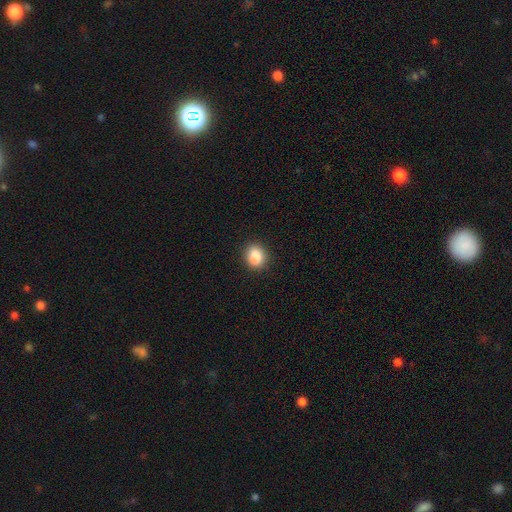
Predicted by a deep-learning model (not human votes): Overall: smooth (86%). How rounded: round (51%; in between 47%). Merging: none (84%).